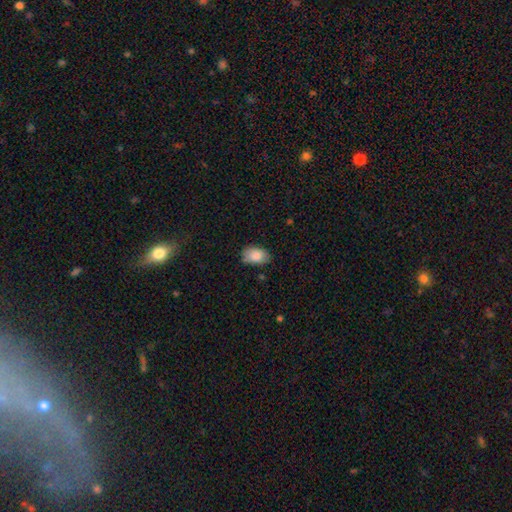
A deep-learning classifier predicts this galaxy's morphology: Overall: smooth (86%). How rounded: in between (89%). Merging: none (73%).